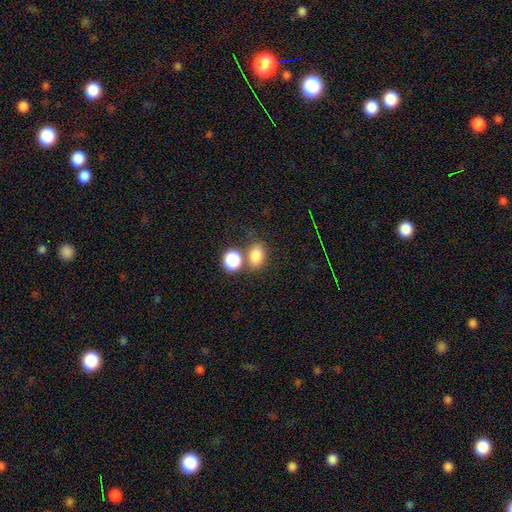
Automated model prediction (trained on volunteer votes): Overall: smooth (82%). How rounded: in between (62%; round 37%). Merging: none (60%; merger 24%).